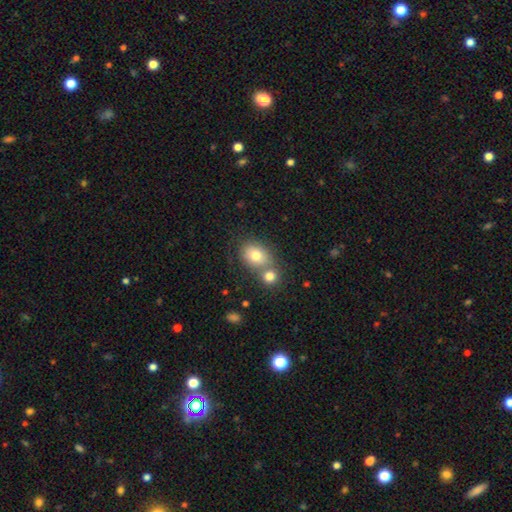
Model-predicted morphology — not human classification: This is likely a smooth galaxy (77%). How rounded: possibly in between (58%). Merging: marginally none (45%).